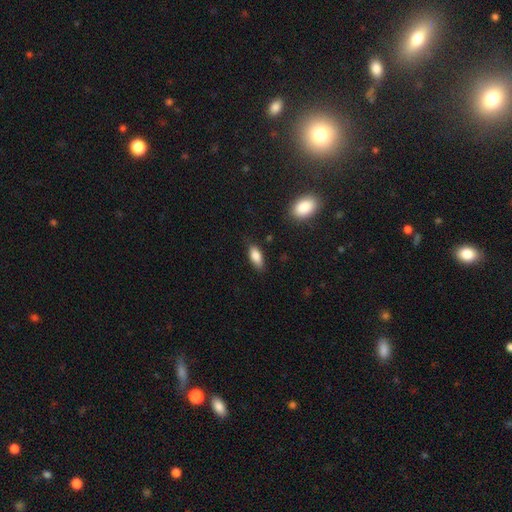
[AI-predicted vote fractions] Smooth or featured: smooth — 84% (featured or disk — 9%)
How rounded: in between — 82% (cigar-shaped — 15%)
Merging: none — 78% (minor disturbance — 17%)